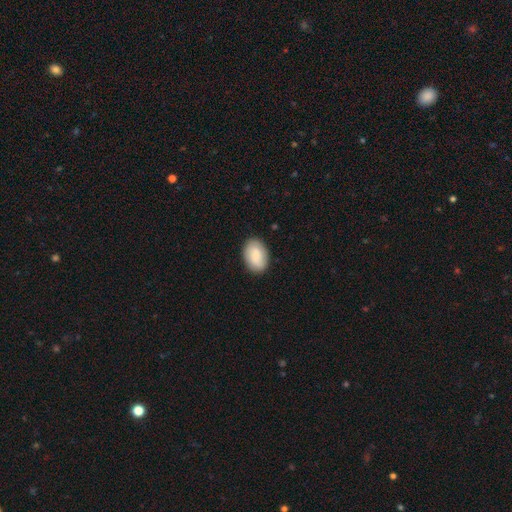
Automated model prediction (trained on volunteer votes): Smooth or featured? Predicted: smooth (p=0.80). How rounded? Predicted: in between (p=0.86). Merging? Predicted: none (p=0.86).